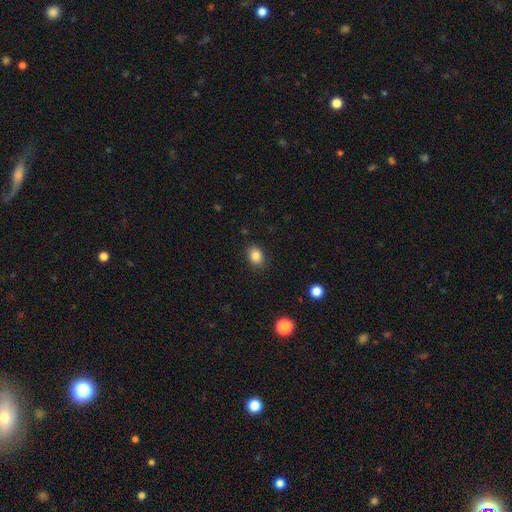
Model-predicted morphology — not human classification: Smooth or featured? smooth (85%)
How rounded? in between (64%)
Merging? none (87%)